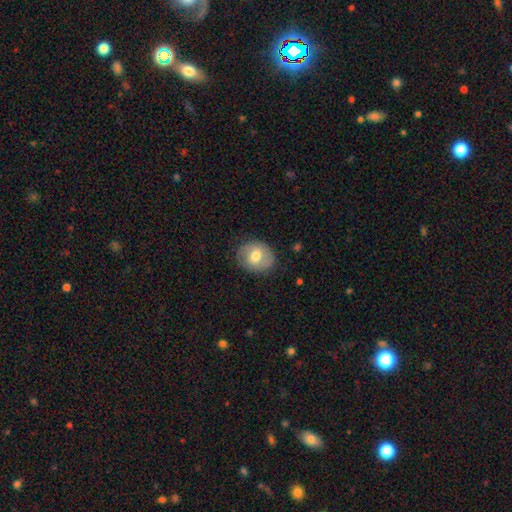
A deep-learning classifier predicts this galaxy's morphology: This is likely a smooth galaxy (64%). How rounded: likely round (60%). Merging: clearly none (81%).